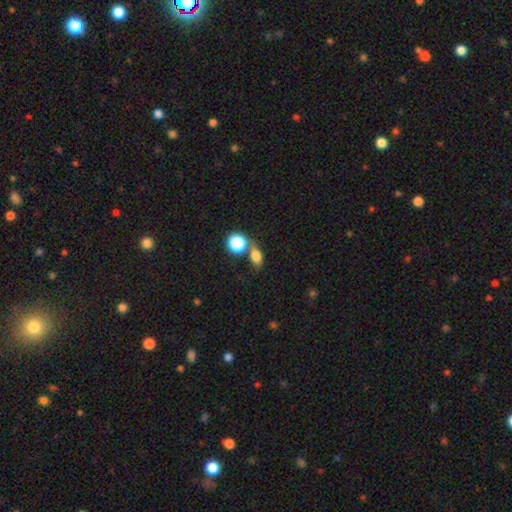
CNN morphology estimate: Smooth or featured? smooth (76%)
How rounded? in between (68%)
Merging? none (53%)